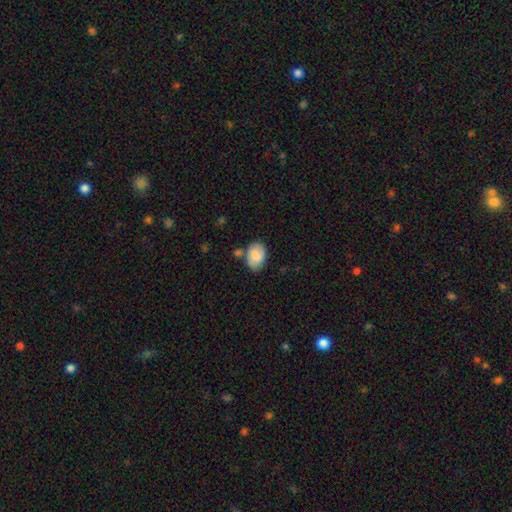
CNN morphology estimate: smooth 74%, featured or disk 19%, star or artifact 7%. Down the decision tree: how rounded — in between (79%); merging — none (67%).